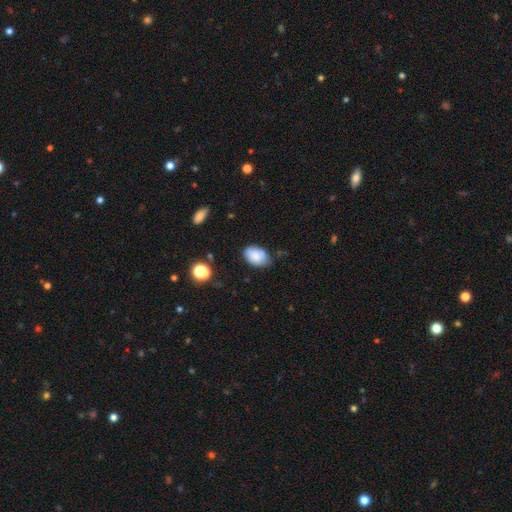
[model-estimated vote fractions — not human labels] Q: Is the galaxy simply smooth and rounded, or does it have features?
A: smooth — 85%.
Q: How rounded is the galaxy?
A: in between — 88%.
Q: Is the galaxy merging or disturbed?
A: none — 71%.